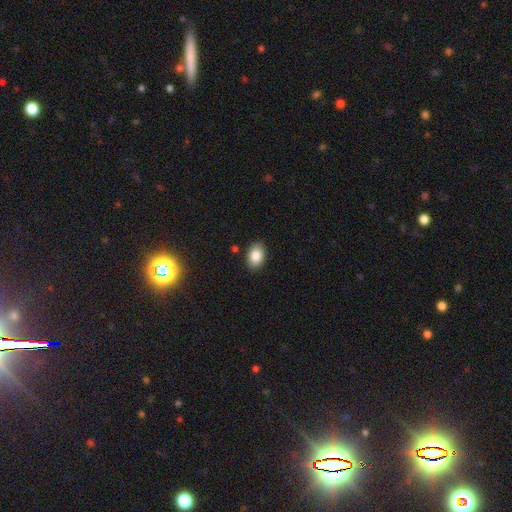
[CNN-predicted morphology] Smooth or featured? Predicted: smooth (p=0.85). How rounded? Predicted: in between (p=0.85). Merging? Predicted: none (p=0.88).